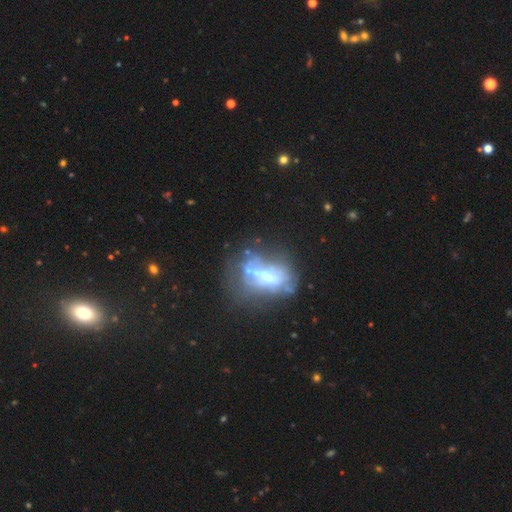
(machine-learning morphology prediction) Smooth or featured: featured or disk — 57% (smooth — 24%)
Edge-on disk: no — 79% (yes — 21%)
Merging: none — 42% (major disturbance — 26%)